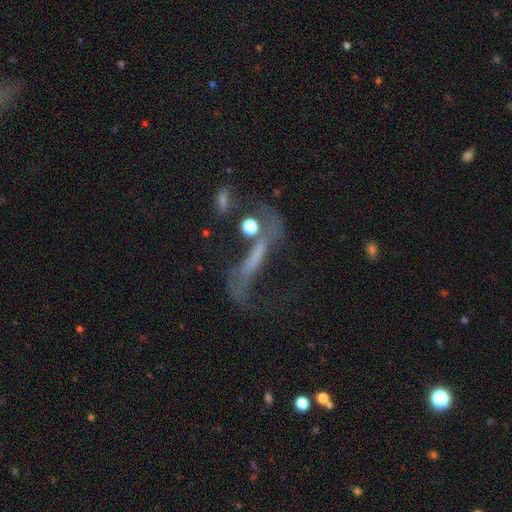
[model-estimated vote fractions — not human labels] smooth-or-featured: featured or disk: 56% | smooth: 24% | star or artifact: 20%
  disk-edge-on: no: 71% | yes: 29%
  merging: major disturbance: 35% | none: 31% | merger: 19% | minor disturbance: 15%